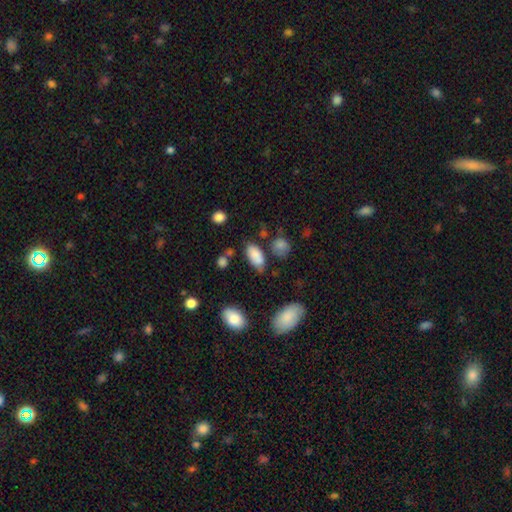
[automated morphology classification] This appears to be a smooth galaxy with no disk features (84%) that is in between round and cigar-shaped (91%). Merging: none (64%).